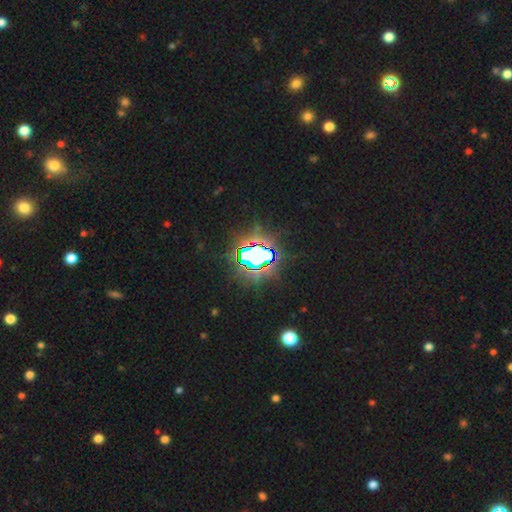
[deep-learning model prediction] smooth_or_featured: star or artifact (p=0.76) [alt: smooth p=0.13]